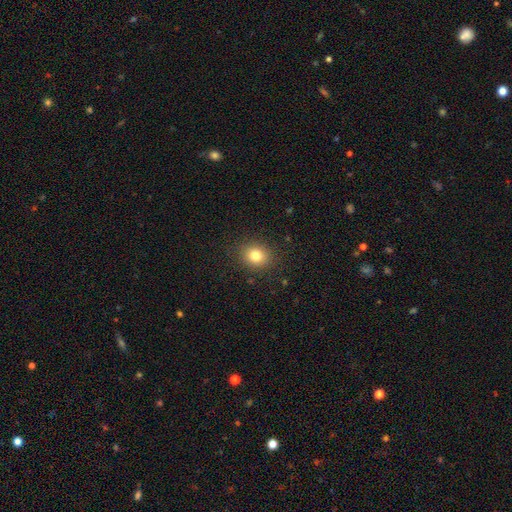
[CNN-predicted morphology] Smooth or featured? Predicted: smooth (p=0.80). How rounded? Predicted: round (p=0.67). Merging? Predicted: none (p=0.88).